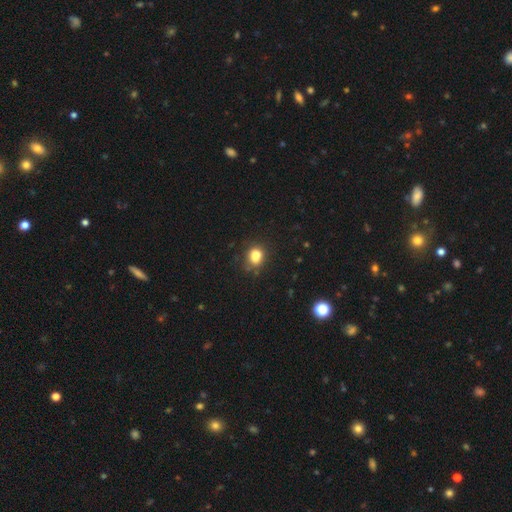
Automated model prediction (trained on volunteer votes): Smooth or featured: smooth — 83% (star or artifact — 11%)
How rounded: in between — 51% (round — 47%)
Merging: none — 75% (minor disturbance — 17%)